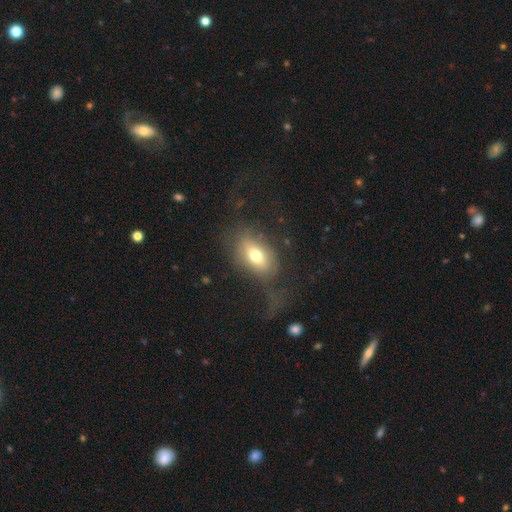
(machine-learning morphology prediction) Smooth or featured?
  - smooth: 68% *
  - featured or disk: 22%
  - star or artifact: 10%
How rounded?
  - in between: 84% *
  - round: 13%
  - cigar-shaped: 3%
Merging?
  - none: 49% *
  - major disturbance: 30%
  - minor disturbance: 19%
  - merger: 3%